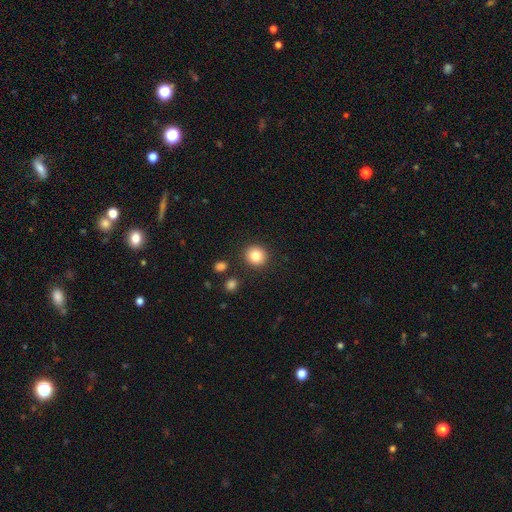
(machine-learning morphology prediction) smooth_or_featured: smooth (p=0.83) [alt: star or artifact p=0.10]
how_rounded: round (p=0.89) [alt: in between p=0.10]
merging: none (p=0.90) [alt: minor disturbance p=0.06]